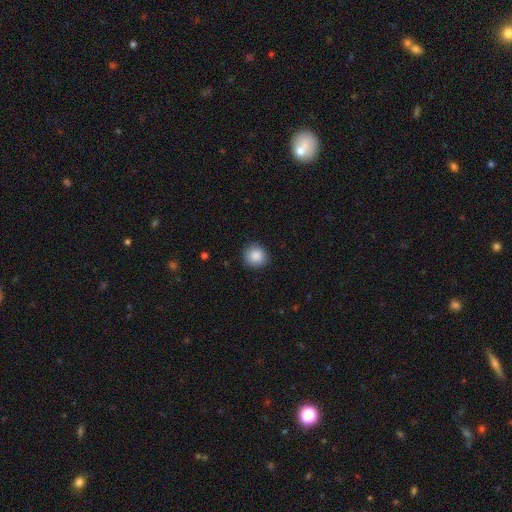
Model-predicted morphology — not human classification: Smooth or featured?
  - smooth: 88% *
  - star or artifact: 9%
  - featured or disk: 4%
How rounded?
  - round: 90% *
  - in between: 9%
  - cigar-shaped: 1%
Merging?
  - none: 88% *
  - minor disturbance: 9%
  - major disturbance: 2%
  - merger: 1%